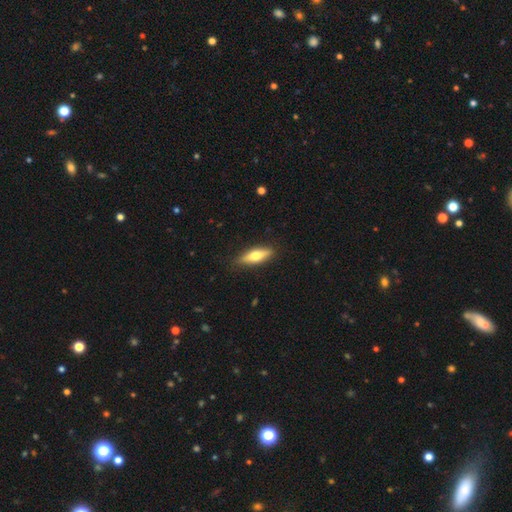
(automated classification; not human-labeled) This appears to be a smooth galaxy with no disk features (63%) that is in between round and cigar-shaped (51%). Merging: none (87%).